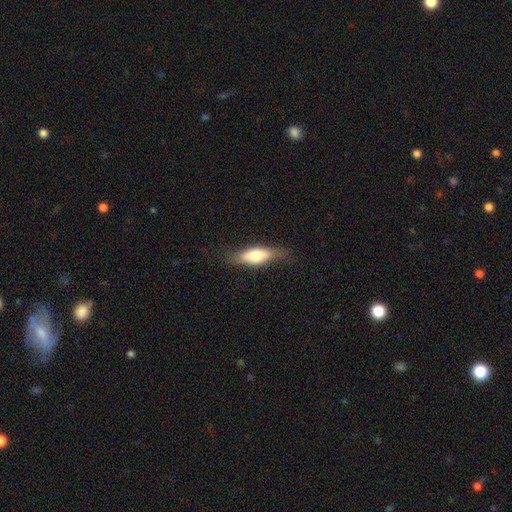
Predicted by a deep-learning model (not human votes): The model was most divided on "smooth or featured": smooth: 59%, featured or disk: 35%, star or artifact: 6%. More confident: merging — none (70%); how rounded — in between (60%).